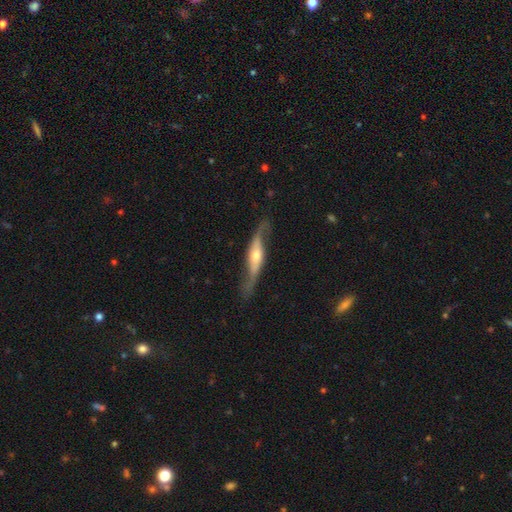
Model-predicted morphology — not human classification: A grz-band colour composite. It shows a featured or disk galaxy (78%) viewed edge-on (53%). Merging: none (70%).